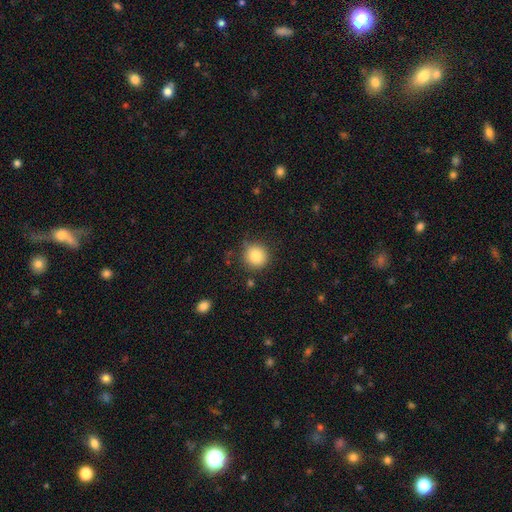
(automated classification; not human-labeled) This is clearly a smooth galaxy (84%). How rounded: clearly round (93%). Merging: clearly none (81%).